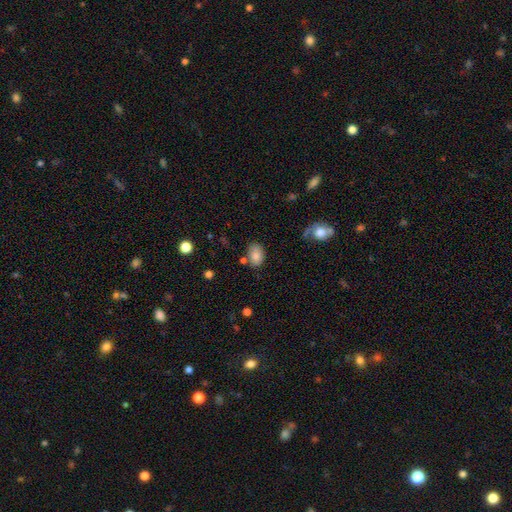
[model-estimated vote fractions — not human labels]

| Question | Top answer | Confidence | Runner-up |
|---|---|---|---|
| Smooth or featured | smooth | 83% | featured or disk (9%) |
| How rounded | in between | 83% | round (16%) |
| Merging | none | 69% | minor disturbance (18%) |